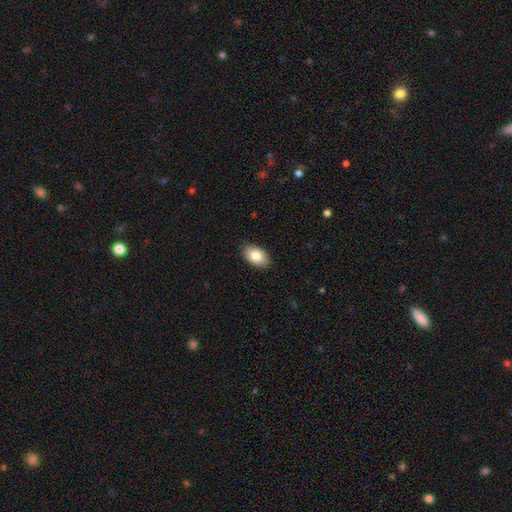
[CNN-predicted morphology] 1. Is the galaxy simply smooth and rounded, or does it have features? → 85% smooth, 8% featured or disk, 7% star or artifact.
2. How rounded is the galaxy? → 92% in between, 7% round, 1% cigar-shaped.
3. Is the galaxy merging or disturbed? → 88% none, 9% minor disturbance, 2% major disturbance, 1% merger.